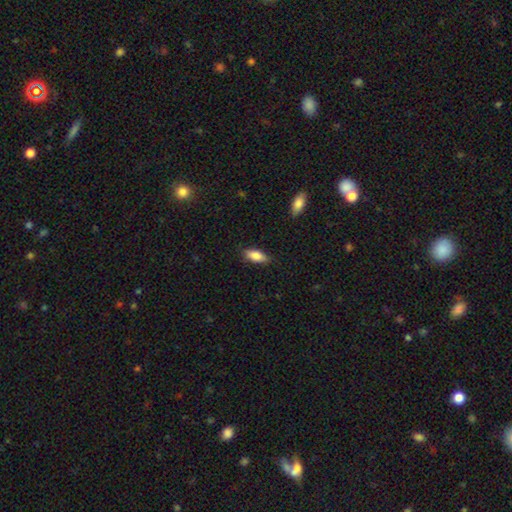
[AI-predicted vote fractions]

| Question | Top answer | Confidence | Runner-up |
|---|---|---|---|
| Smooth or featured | smooth | 82% | featured or disk (11%) |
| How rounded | in between | 82% | cigar-shaped (15%) |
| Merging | none | 84% | minor disturbance (12%) |